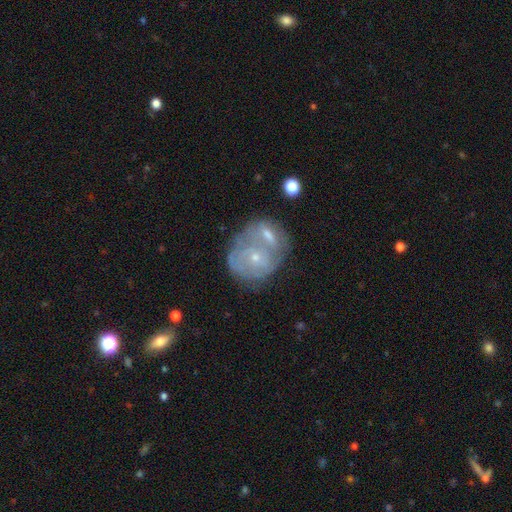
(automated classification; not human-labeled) smooth-or-featured: featured or disk: 68% | smooth: 23% | star or artifact: 9%
  disk-edge-on: no: 97% | yes: 3%
    bar: no: 72% | weak: 22% | strong: 6%
    has-spiral-arms: yes: 71% | no: 29%
    bulge-size: small: 76% | moderate: 20% | none: 2% | large: 1% | dominant: 1%
  merging: merger: 56% | none: 29% | minor disturbance: 10% | major disturbance: 5%